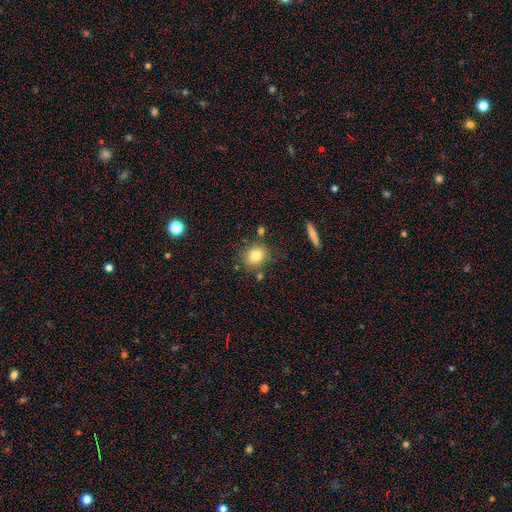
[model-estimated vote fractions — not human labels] A smooth galaxy with no disk features (80%) that is round (70%).

Vote fractions:
- Smooth or featured? smooth: 80% / star or artifact: 10% / featured or disk: 10%
- How rounded? round: 70% / in between: 29% / cigar-shaped: 1%
- Merging? none: 79% / minor disturbance: 11% / merger: 6% / major disturbance: 3%